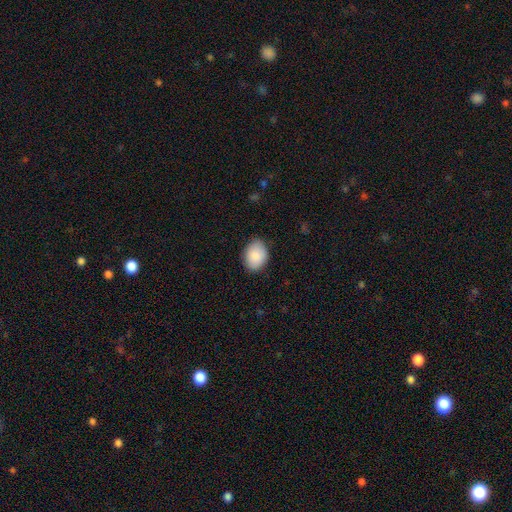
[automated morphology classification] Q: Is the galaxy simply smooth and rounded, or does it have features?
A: smooth — 88%.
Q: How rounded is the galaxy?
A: in between — 77%.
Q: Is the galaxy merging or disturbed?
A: none — 84%.